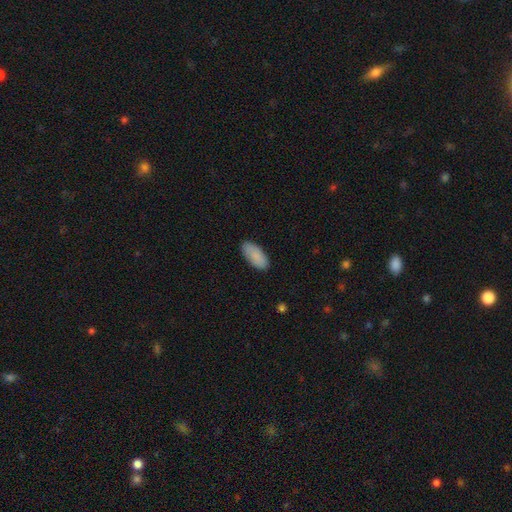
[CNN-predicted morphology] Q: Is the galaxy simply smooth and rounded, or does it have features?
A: smooth — 88%.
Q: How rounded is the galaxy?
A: in between — 89%.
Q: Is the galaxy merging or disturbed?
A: none — 85%.